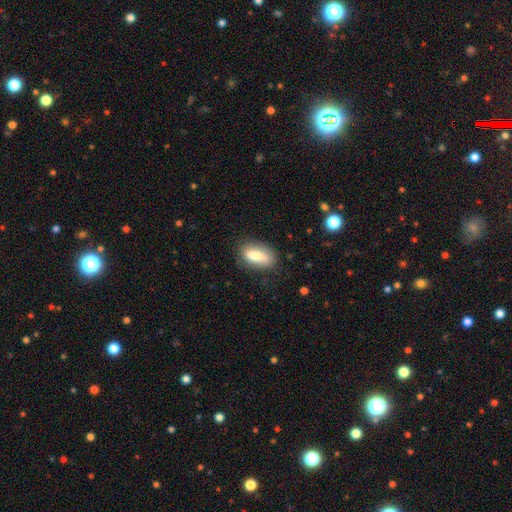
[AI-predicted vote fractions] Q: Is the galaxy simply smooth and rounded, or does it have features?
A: smooth — 77%.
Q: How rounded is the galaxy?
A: in between — 82%.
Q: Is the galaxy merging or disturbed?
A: none — 76%.